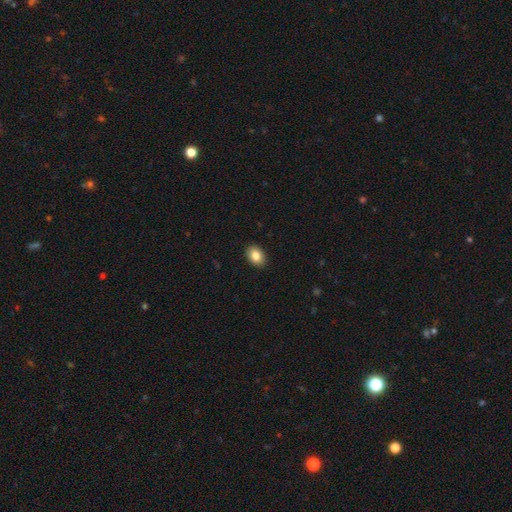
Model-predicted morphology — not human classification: smooth 85%, star or artifact 8%, featured or disk 7%. Down the decision tree: how rounded — in between (77%); merging — none (90%).